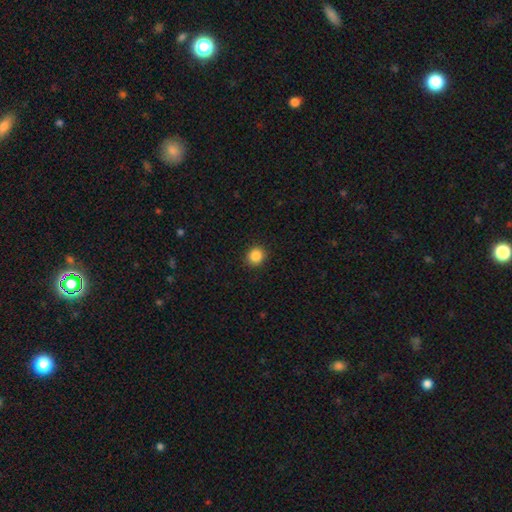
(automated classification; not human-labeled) This is clearly a smooth galaxy (86%). How rounded: clearly round (89%). Merging: clearly none (91%).